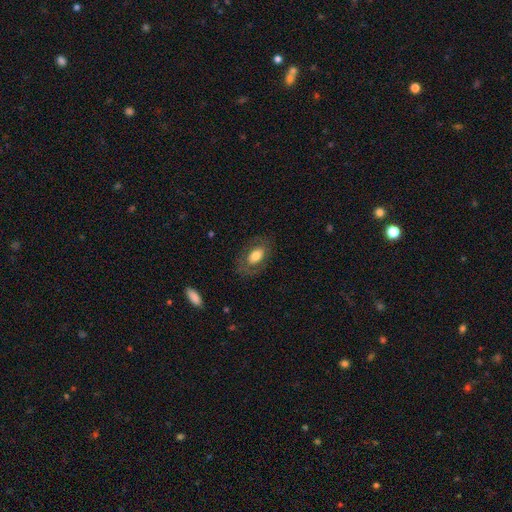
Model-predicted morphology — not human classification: smooth-or-featured: smooth: 65% | featured or disk: 28% | star or artifact: 7%
  how-rounded: in between: 89% | round: 9% | cigar-shaped: 2%
  merging: none: 76% | minor disturbance: 14% | major disturbance: 8% | merger: 1%